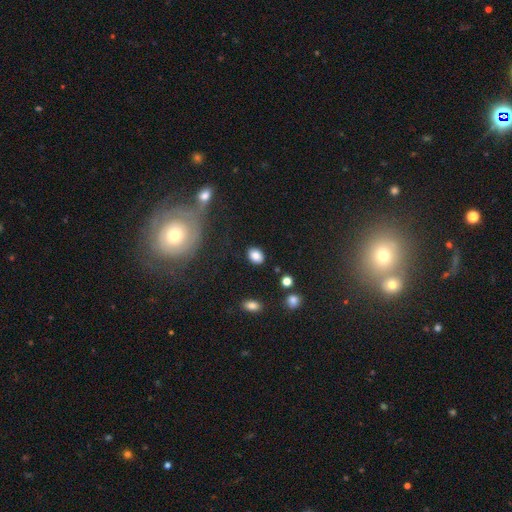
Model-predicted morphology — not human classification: type=smooth (85%); roundness=in between (72%); merging=none (85%).